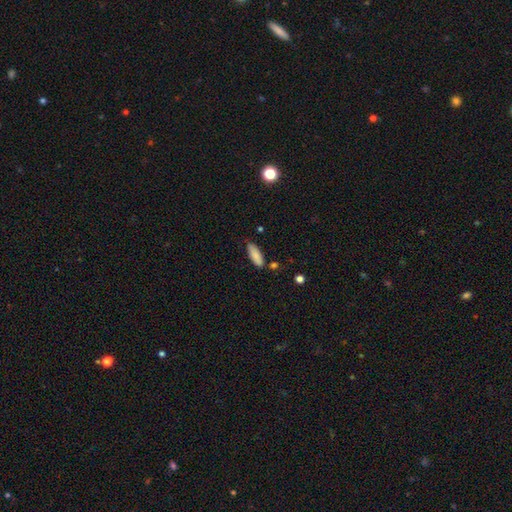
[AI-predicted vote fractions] This is clearly a smooth galaxy (85%). How rounded: likely in between (63%). Merging: likely none (73%).